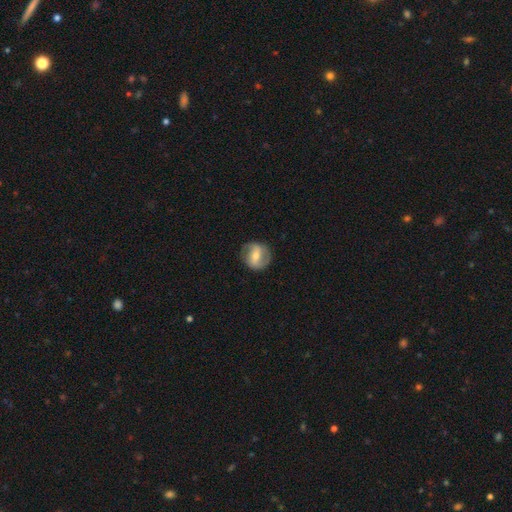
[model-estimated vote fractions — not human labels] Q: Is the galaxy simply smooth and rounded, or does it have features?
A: featured or disk — 66%.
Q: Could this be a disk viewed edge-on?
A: no — 96%.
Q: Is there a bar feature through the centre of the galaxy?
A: strong — 43%.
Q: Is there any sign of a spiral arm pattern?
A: yes — 79%.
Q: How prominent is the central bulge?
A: moderate — 52%.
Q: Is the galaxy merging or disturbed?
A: none — 82%.